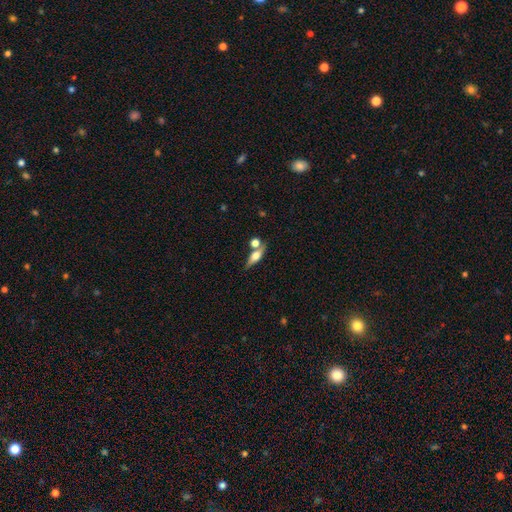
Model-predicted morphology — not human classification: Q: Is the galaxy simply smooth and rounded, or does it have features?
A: featured or disk — 46%, tied with smooth.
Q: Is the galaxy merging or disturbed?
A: none — 64%.